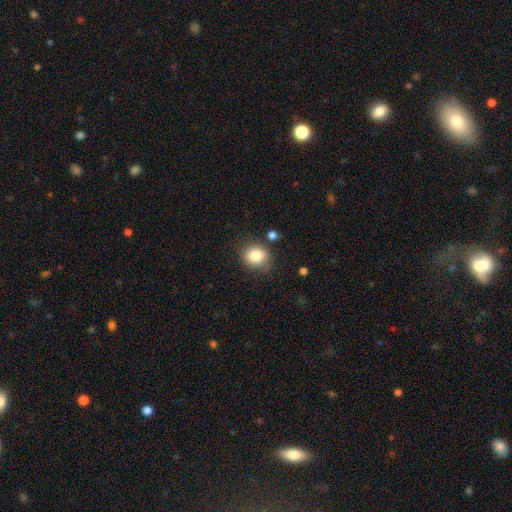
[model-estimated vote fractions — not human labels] Smooth or featured? smooth (82%)
How rounded? round (65%)
Merging? none (76%)